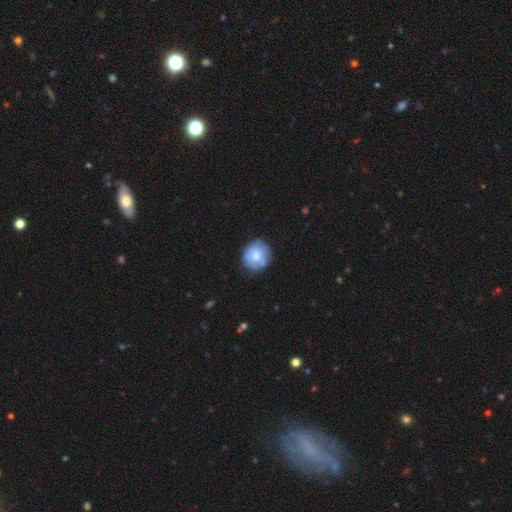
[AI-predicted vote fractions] This is likely a smooth galaxy (66%). How rounded: clearly round (86%). Merging: likely none (75%).